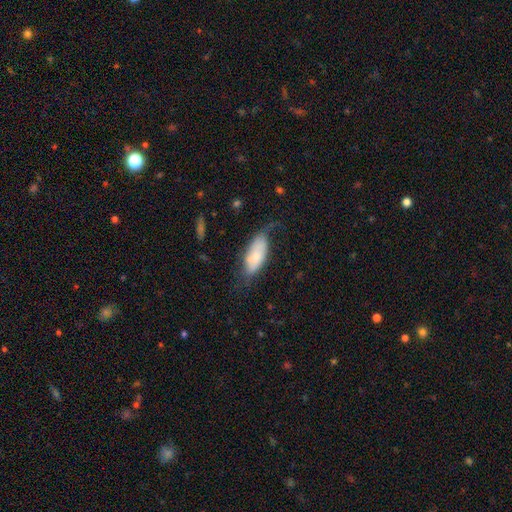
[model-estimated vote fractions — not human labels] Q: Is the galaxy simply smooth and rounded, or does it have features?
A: smooth — 65%.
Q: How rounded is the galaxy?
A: in between — 85%.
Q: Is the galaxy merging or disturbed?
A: none — 44%.